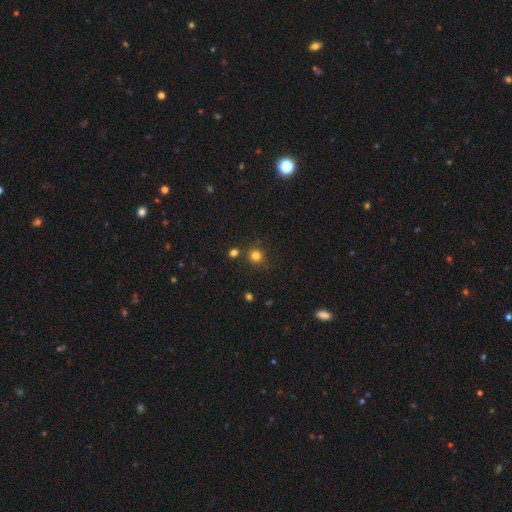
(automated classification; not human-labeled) The model was most divided on "smooth or featured": smooth: 80%, star or artifact: 15%, featured or disk: 5%. More confident: how rounded — round (90%); merging — none (82%).